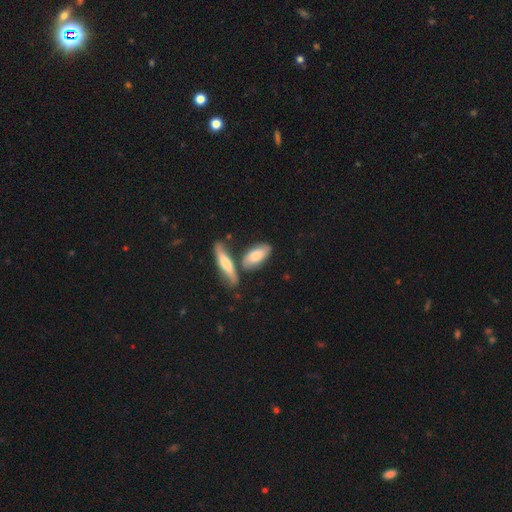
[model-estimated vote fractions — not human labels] Smooth or featured?
  - smooth: 69% *
  - featured or disk: 25%
  - star or artifact: 6%
How rounded?
  - in between: 77% *
  - cigar-shaped: 20%
  - round: 3%
Merging?
  - none: 56% *
  - merger: 24%
  - minor disturbance: 15%
  - major disturbance: 5%